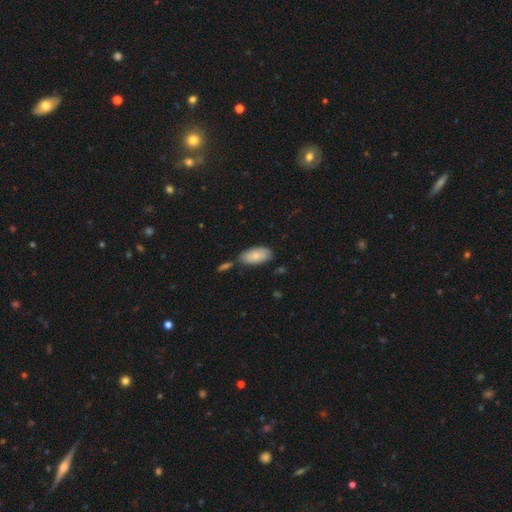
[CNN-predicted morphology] Overall: smooth (83%). How rounded: in between (93%). Merging: none (66%).